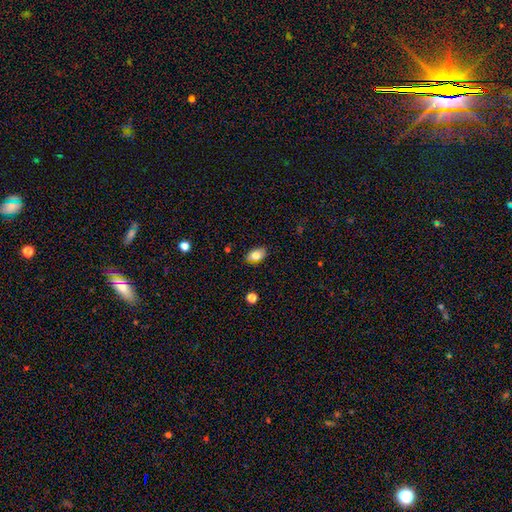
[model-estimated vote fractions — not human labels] Q: Smooth or featured?
A: smooth (81%); runner-up: featured or disk (10%)
Q: How rounded?
A: in between (88%); runner-up: round (10%)
Q: Merging?
A: none (84%); runner-up: minor disturbance (12%)